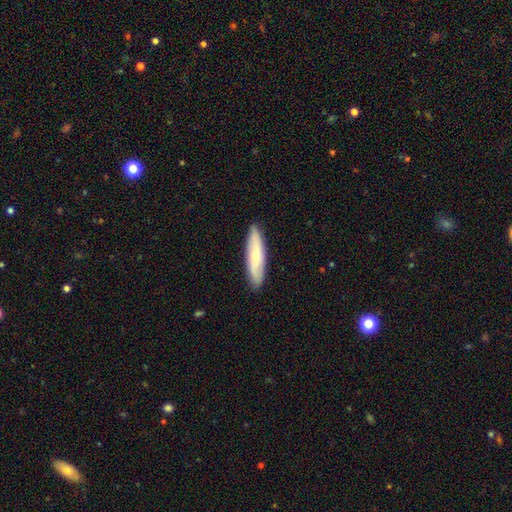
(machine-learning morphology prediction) The model was most divided on "smooth or featured": smooth: 51%, featured or disk: 44%, star or artifact: 5%. More confident: merging — none (88%); how rounded — cigar-shaped (68%).